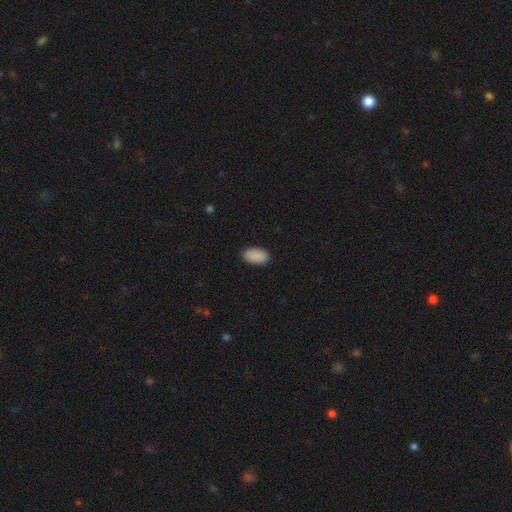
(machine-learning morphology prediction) Smooth or featured? Predicted: smooth (p=0.90). How rounded? Predicted: in between (p=0.95). Merging? Predicted: none (p=0.86).